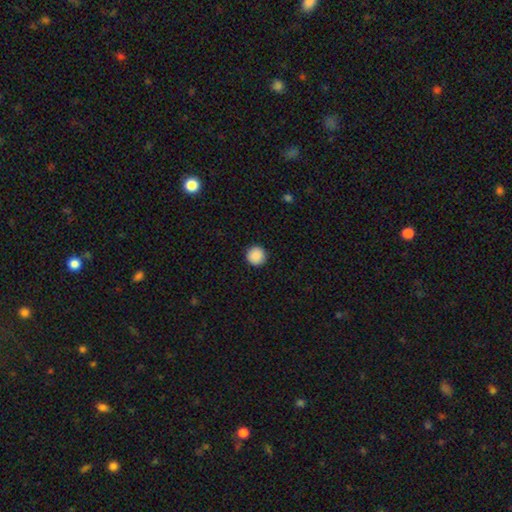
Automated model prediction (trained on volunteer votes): Smooth or featured? smooth (90%)
How rounded? round (96%)
Merging? none (93%)